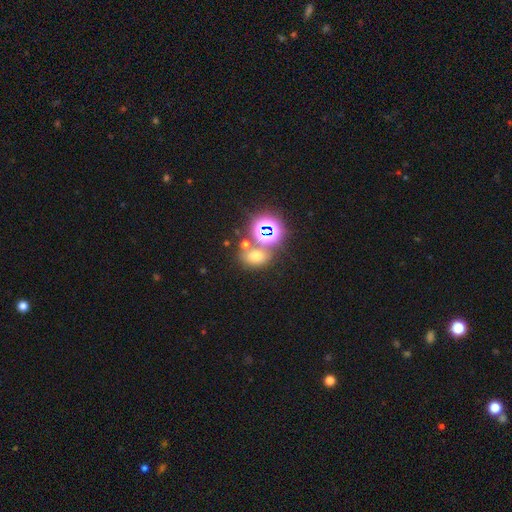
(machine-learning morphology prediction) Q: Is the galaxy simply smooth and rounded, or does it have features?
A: smooth — 56%.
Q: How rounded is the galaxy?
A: in between — 55%.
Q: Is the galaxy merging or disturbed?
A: none — 59%.